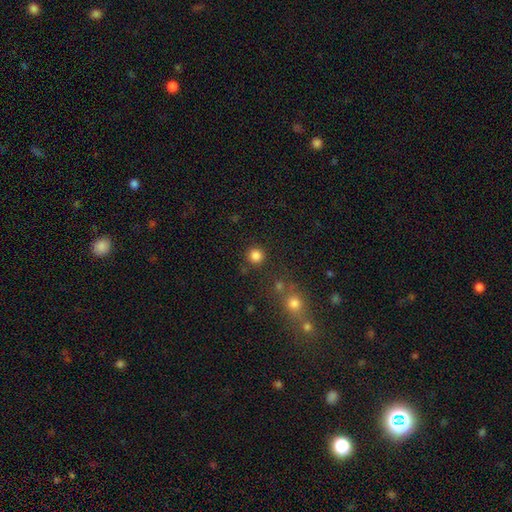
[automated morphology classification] A smooth galaxy with no disk features (83%) that is round (94%). Merging: none (86%).